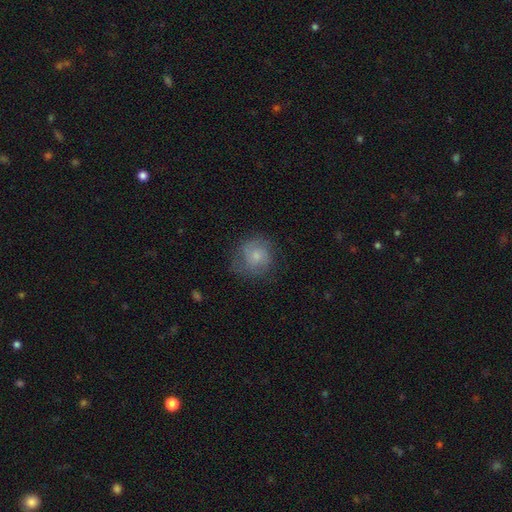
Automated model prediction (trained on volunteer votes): Smooth or featured? Predicted: smooth (p=0.55). How rounded? Predicted: round (p=0.84). Merging? Predicted: none (p=0.65).